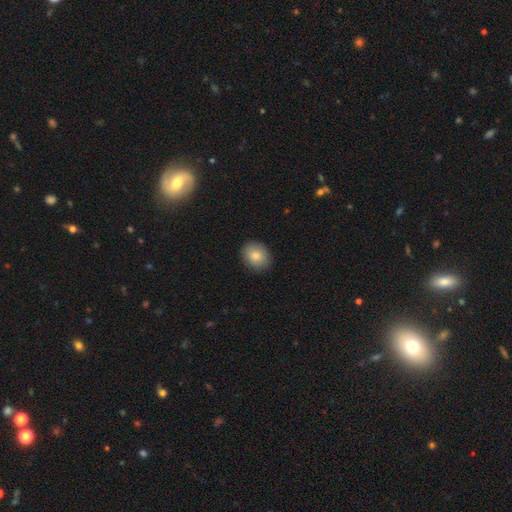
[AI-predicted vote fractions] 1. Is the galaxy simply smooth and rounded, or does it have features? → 84% smooth, 8% star or artifact, 8% featured or disk.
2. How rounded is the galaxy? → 57% round, 42% in between, 1% cigar-shaped.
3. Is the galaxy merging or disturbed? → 89% none, 8% minor disturbance, 2% major disturbance, 1% merger.